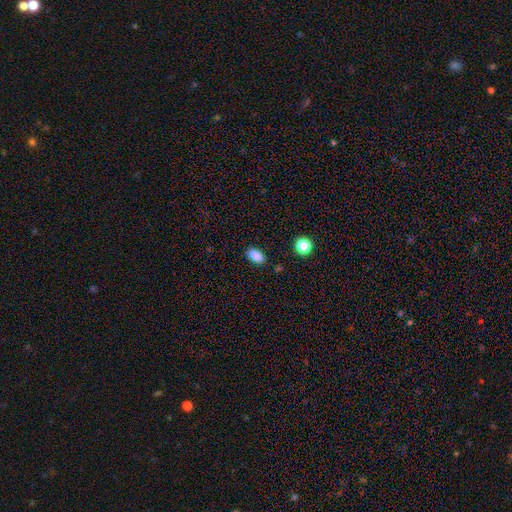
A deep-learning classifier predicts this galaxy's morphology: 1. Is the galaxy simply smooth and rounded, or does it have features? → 87% smooth, 10% star or artifact, 4% featured or disk.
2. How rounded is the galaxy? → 90% in between, 7% round, 3% cigar-shaped.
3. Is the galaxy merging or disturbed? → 86% none, 10% minor disturbance, 2% major disturbance, 2% merger.